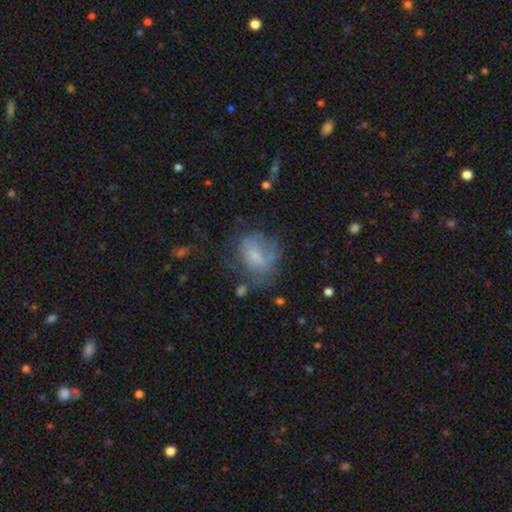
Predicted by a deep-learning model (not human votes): Smooth or featured?
  - smooth: 53% *
  - featured or disk: 35%
  - star or artifact: 12%
How rounded?
  - in between: 67% *
  - round: 31%
  - cigar-shaped: 2%
Merging?
  - none: 42% *
  - major disturbance: 26%
  - minor disturbance: 26%
  - merger: 6%